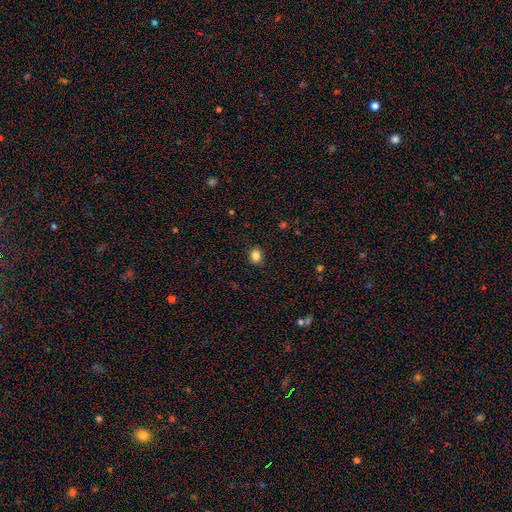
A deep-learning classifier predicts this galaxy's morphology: Smooth or featured: smooth — 84% (star or artifact — 11%)
How rounded: round — 54% (in between — 45%)
Merging: none — 88% (minor disturbance — 9%)